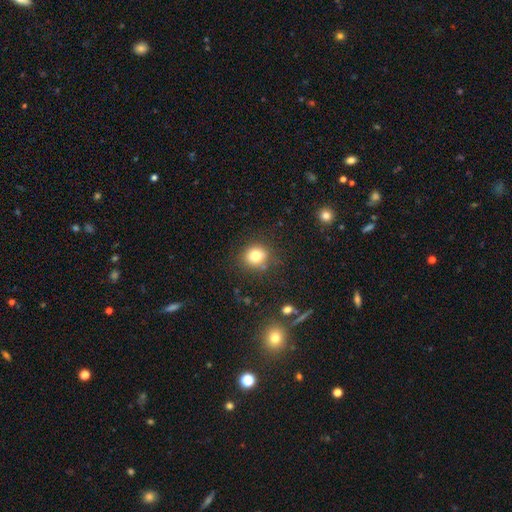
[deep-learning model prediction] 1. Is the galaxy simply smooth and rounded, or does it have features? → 79% smooth, 13% star or artifact, 8% featured or disk.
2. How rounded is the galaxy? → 74% round, 25% in between, 1% cigar-shaped.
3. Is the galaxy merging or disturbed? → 79% none, 13% minor disturbance, 4% merger, 4% major disturbance.